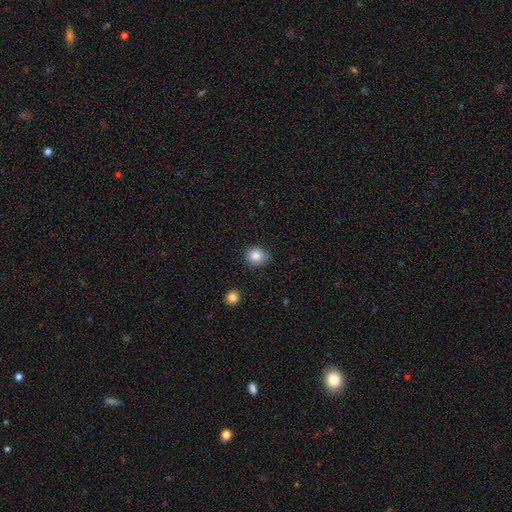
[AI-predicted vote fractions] Smooth or featured? Predicted: smooth (p=0.85). How rounded? Predicted: round (p=0.72). Merging? Predicted: none (p=0.85).